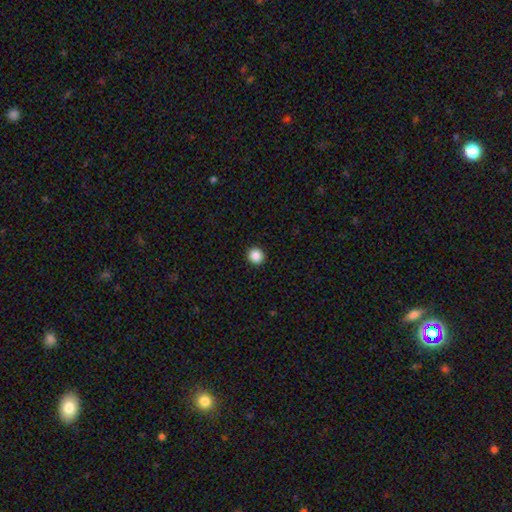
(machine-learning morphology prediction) The model was most divided on "smooth or featured": smooth: 88%, star or artifact: 10%, featured or disk: 3%. More confident: how rounded — round (94%); merging — none (94%).